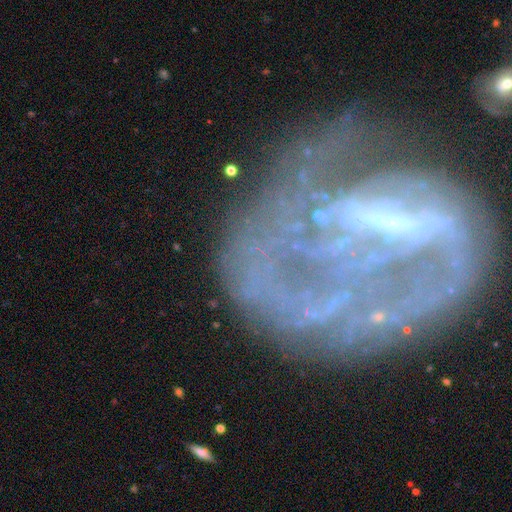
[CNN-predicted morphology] Smooth or featured? Predicted: featured or disk (p=0.77). Edge-on disk? Predicted: no (p=0.96). Bar? Predicted: strong (p=0.40). Spiral arms? Predicted: yes (p=0.65). Bulge size? Predicted: none (p=0.42). Merging? Predicted: none (p=0.39).